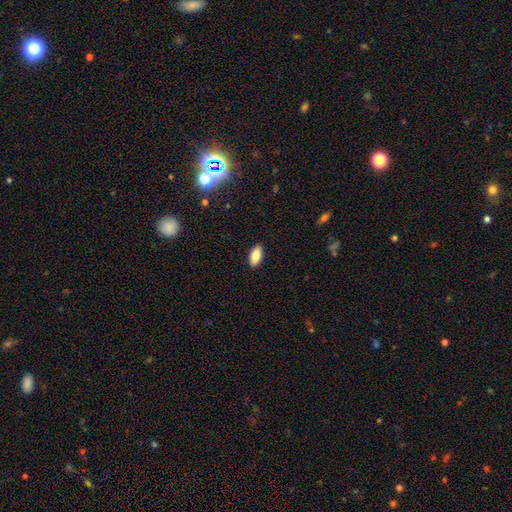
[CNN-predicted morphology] A smooth galaxy with no disk features (84%) that is in between round and cigar-shaped (91%). Merging: none (90%).